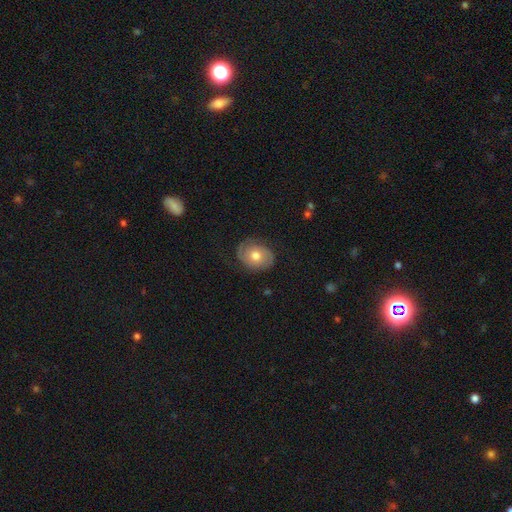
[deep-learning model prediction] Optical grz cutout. It shows a featured or disk galaxy (58%) with no bar (81%), spiral arms (82%) and a moderate central bulge (77%). Merging: none (75%).